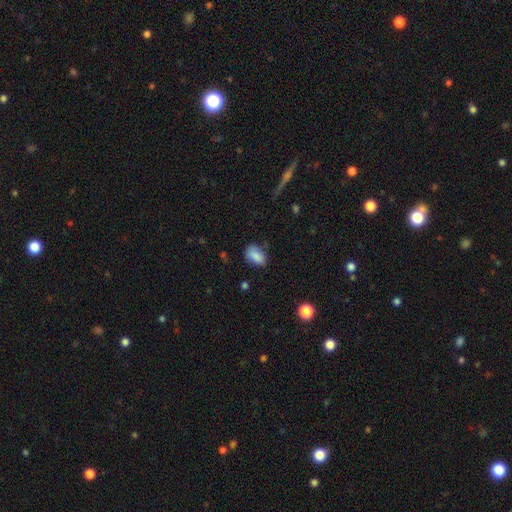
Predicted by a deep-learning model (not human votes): The model was most divided on "merging": none: 60%, minor disturbance: 30%, major disturbance: 8%, merger: 3%. More confident: how rounded — in between (87%); smooth or featured — smooth (84%).